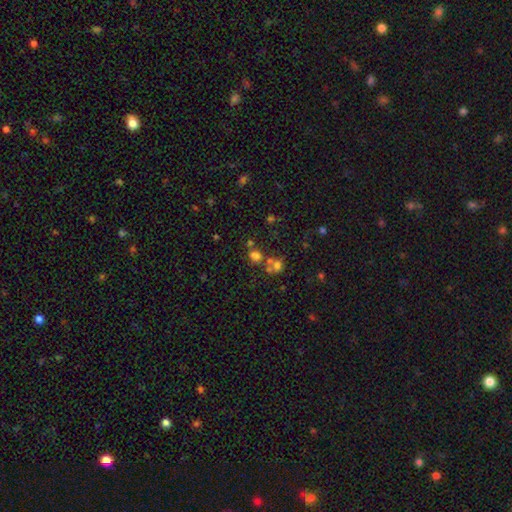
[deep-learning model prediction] Overall: smooth (60%; star or artifact 26%). How rounded: round (64%; in between 34%). Merging: none (47%; merger 36%).